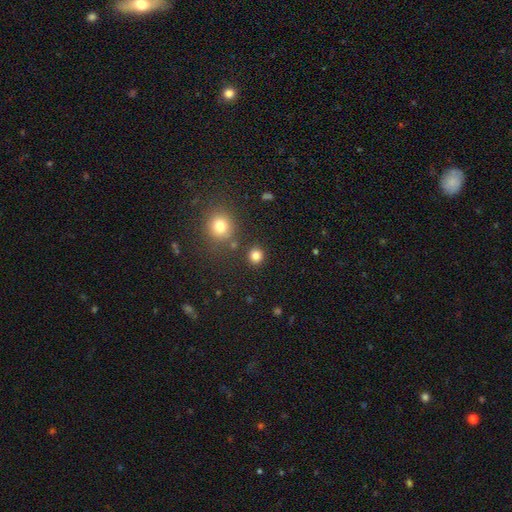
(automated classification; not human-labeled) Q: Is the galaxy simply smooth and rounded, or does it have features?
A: smooth — 82%.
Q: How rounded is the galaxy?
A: round — 90%.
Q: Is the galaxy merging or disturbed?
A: none — 87%.